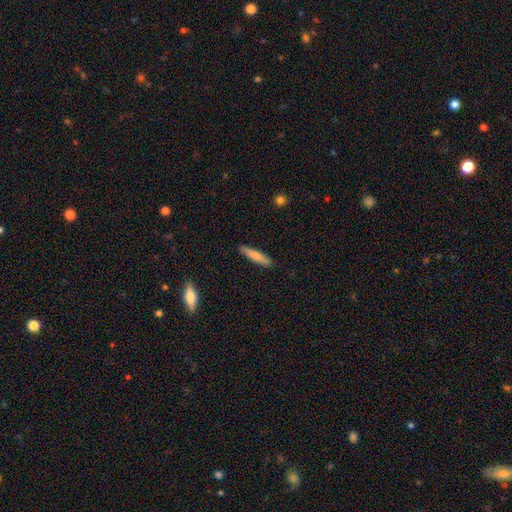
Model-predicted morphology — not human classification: Q: Smooth or featured?
A: smooth (80%); runner-up: featured or disk (14%)
Q: How rounded?
A: cigar-shaped (86%); runner-up: in between (13%)
Q: Merging?
A: none (88%); runner-up: minor disturbance (9%)